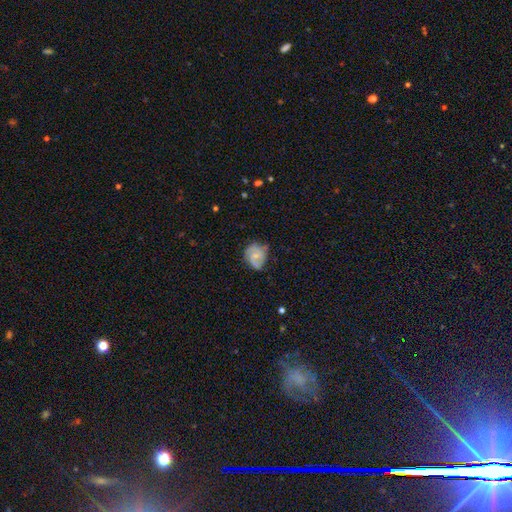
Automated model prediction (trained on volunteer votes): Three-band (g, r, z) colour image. It shows a featured or disk galaxy (54%) with no bar (66%), spiral arms (81%) and a small central bulge (55%). Merging: none (55%).